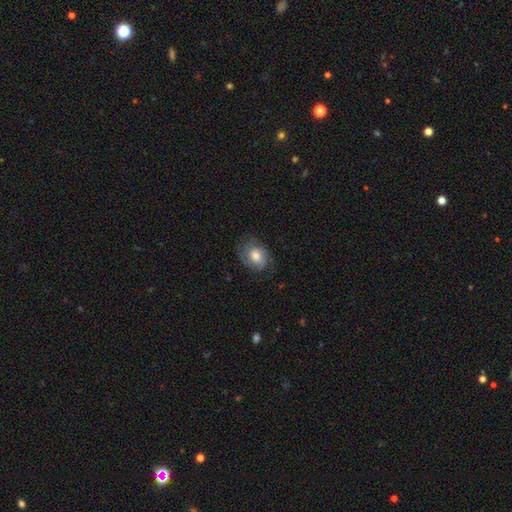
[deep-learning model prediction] smooth 54%, featured or disk 38%, star or artifact 8%. Down the decision tree: how rounded — in between (63%); merging — none (66%).